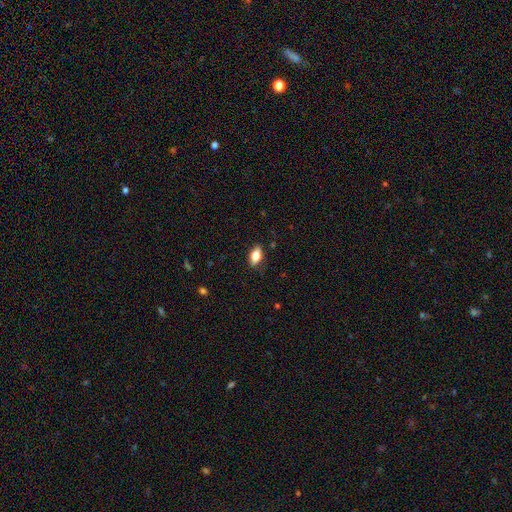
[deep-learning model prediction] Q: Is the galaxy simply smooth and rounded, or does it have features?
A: smooth — 72%.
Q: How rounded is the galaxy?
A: in between — 85%.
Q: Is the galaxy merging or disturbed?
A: none — 84%.